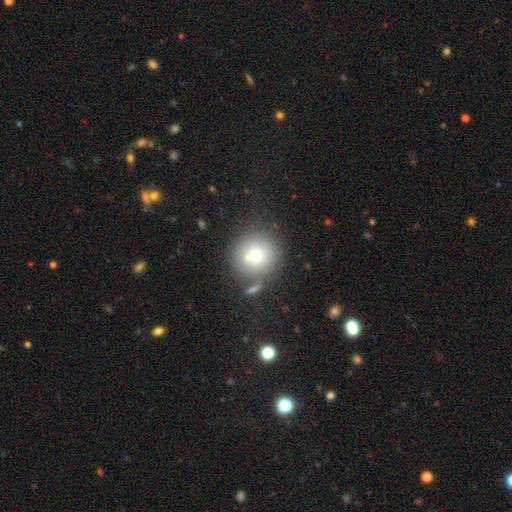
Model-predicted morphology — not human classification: Smooth or featured?
  - smooth: 69% *
  - featured or disk: 18%
  - star or artifact: 13%
How rounded?
  - round: 94% *
  - in between: 5%
  - cigar-shaped: 1%
Merging?
  - none: 65% *
  - merger: 20%
  - minor disturbance: 10%
  - major disturbance: 5%